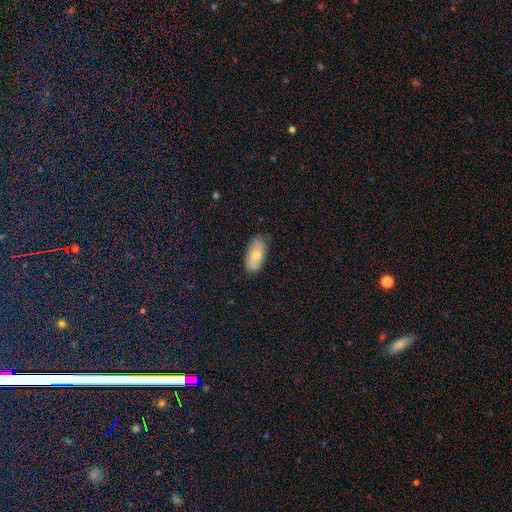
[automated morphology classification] Overall: smooth (70%). How rounded: in between (90%). Merging: none (78%).